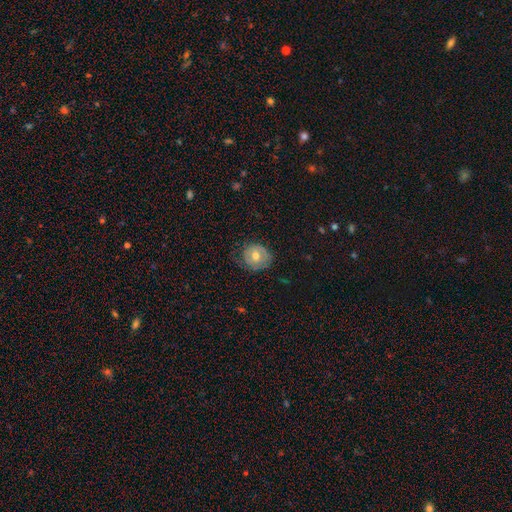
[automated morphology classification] Smooth or featured?
  - smooth: 52% *
  - featured or disk: 40%
  - star or artifact: 8%
How rounded?
  - round: 85% *
  - in between: 14%
  - cigar-shaped: 1%
Merging?
  - none: 70% *
  - minor disturbance: 21%
  - major disturbance: 7%
  - merger: 1%